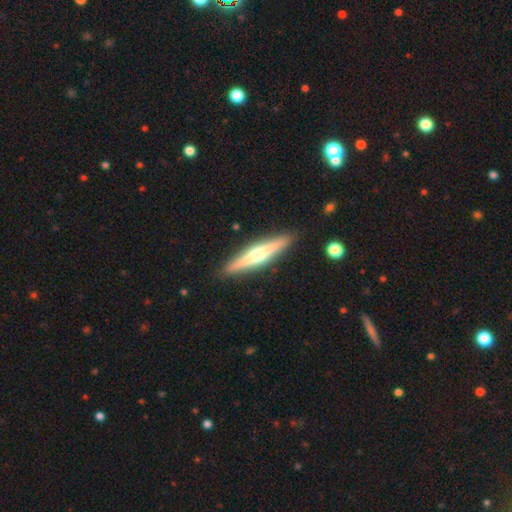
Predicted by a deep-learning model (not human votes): Morphology: type=featured or disk (66%); edge-on=yes (97%); edge-on bulge=rounded (91%); merging=none (90%).